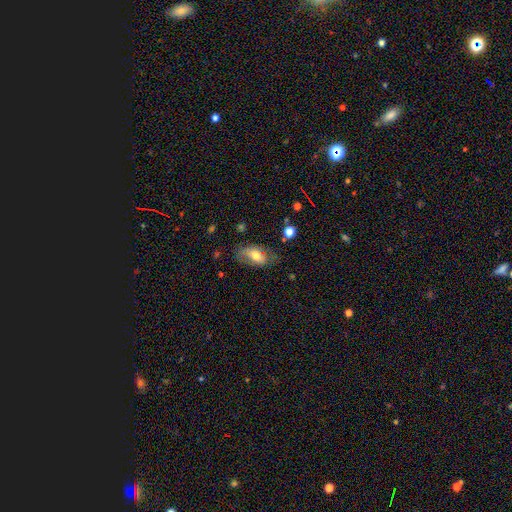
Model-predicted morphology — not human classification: A smooth galaxy with no disk features (62%) that is in between round and cigar-shaped (91%).

Vote fractions:
- Smooth or featured? smooth: 62% / featured or disk: 30% / star or artifact: 8%
- How rounded? in between: 91% / round: 6% / cigar-shaped: 4%
- Merging? none: 64% / minor disturbance: 24% / major disturbance: 9% / merger: 3%